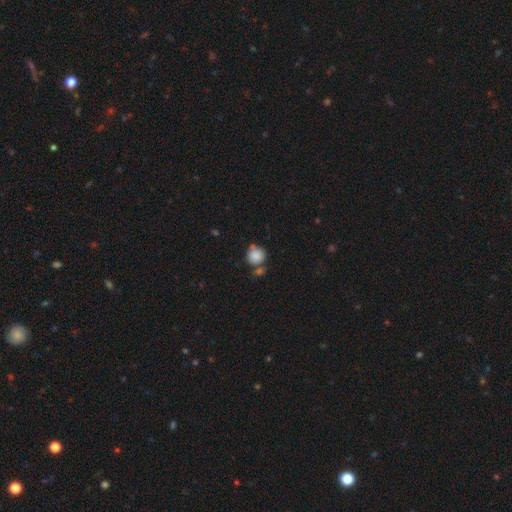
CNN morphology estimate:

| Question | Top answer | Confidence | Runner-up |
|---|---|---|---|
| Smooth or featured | smooth | 85% | star or artifact (9%) |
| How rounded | round | 89% | in between (10%) |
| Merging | none | 60% | merger (21%) |